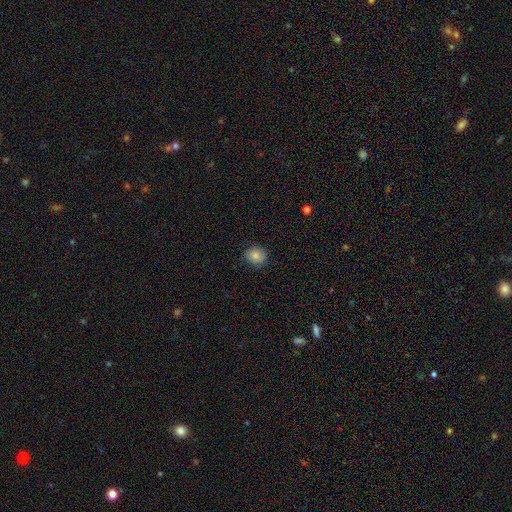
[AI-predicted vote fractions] This is clearly a smooth galaxy (82%). How rounded: likely round (80%). Merging: clearly none (83%).